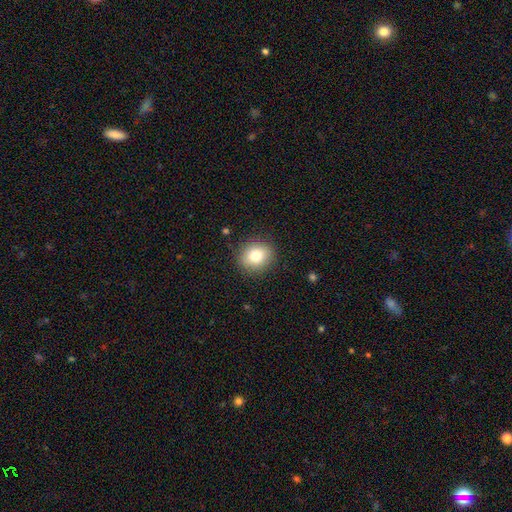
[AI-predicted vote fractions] The model was most divided on "how rounded": round: 73%, in between: 26%, cigar-shaped: 1%. More confident: merging — none (88%); smooth or featured — smooth (79%).